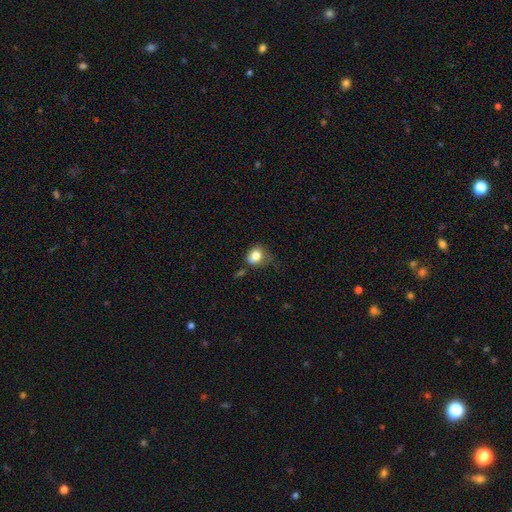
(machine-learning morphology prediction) A smooth galaxy with no disk features (79%) that is round (55%).

Vote fractions:
- Smooth or featured? smooth: 79% / featured or disk: 10% / star or artifact: 10%
- How rounded? round: 55% / in between: 44% / cigar-shaped: 1%
- Merging? none: 44% / minor disturbance: 33% / major disturbance: 16% / merger: 7%